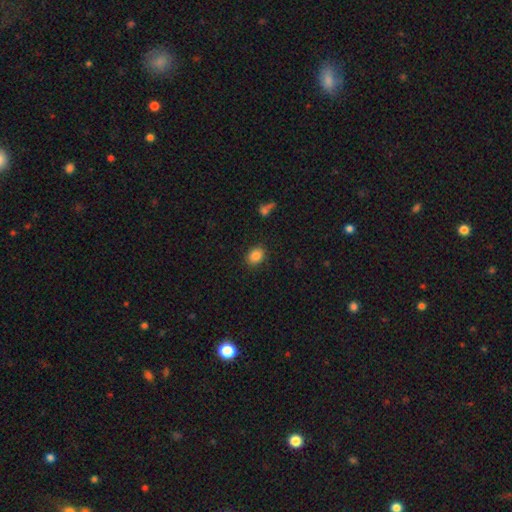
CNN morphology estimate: A smooth galaxy with no disk features (86%) that is in between round and cigar-shaped (59%). Merging: none (87%).